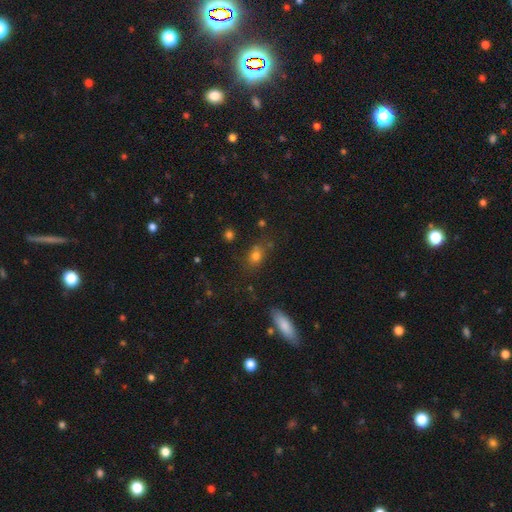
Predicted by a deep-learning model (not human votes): Overall: smooth (73%). How rounded: in between (57%; round 40%). Merging: none (67%).